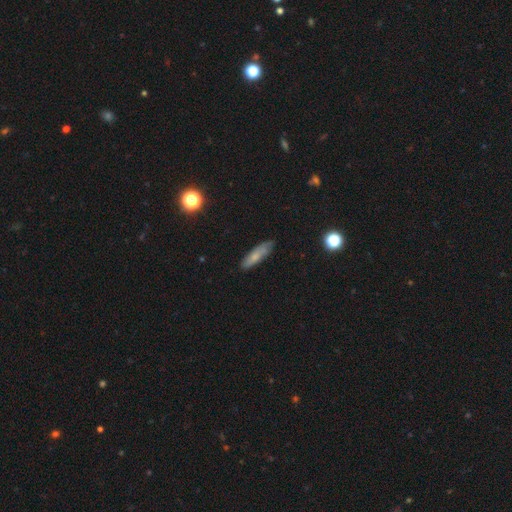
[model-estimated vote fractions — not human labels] Overall: smooth (69%). How rounded: cigar-shaped (68%; in between 29%). Merging: none (80%).